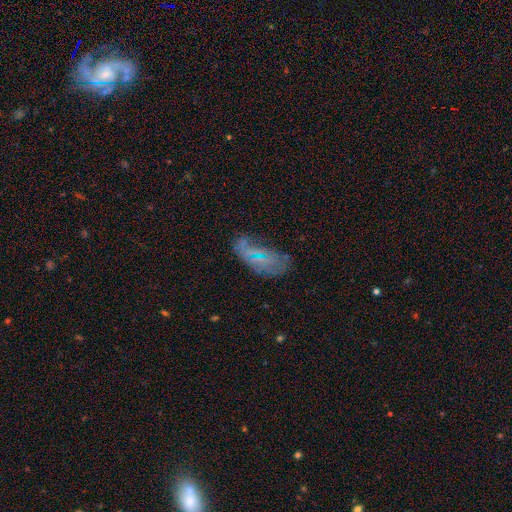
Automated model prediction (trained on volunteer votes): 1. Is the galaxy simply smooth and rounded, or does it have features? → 47% featured or disk, 34% smooth, 20% star or artifact.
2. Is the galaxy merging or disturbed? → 50% none, 26% minor disturbance, 20% major disturbance, 5% merger.